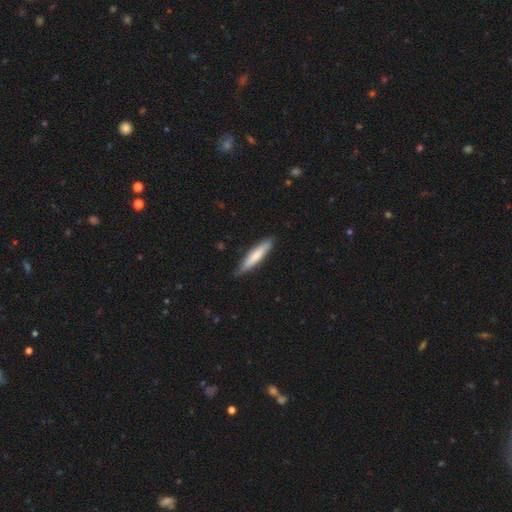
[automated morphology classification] type=smooth (70%); roundness=cigar-shaped (87%); merging=none (81%).